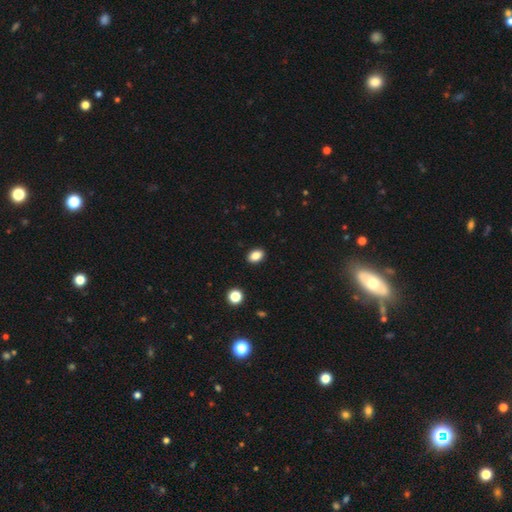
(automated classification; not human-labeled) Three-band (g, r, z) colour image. It shows a smooth galaxy with no disk features (85%) that is in between round and cigar-shaped (80%). Merging: none (91%).